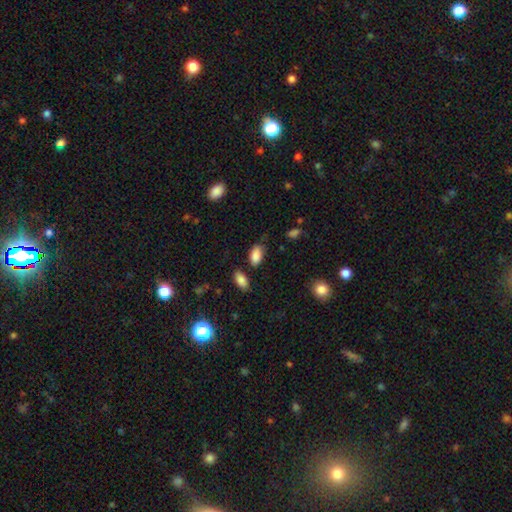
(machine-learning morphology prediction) Smooth or featured: smooth — 87% (star or artifact — 8%)
How rounded: in between — 93% (round — 5%)
Merging: none — 69% (minor disturbance — 22%)